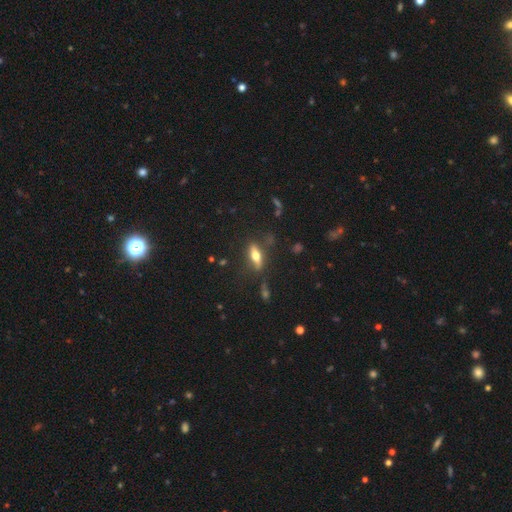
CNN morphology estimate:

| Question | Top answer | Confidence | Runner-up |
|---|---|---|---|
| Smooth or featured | featured or disk | 46% | tied: smooth (46%) |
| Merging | none | 75% | minor disturbance (15%) |